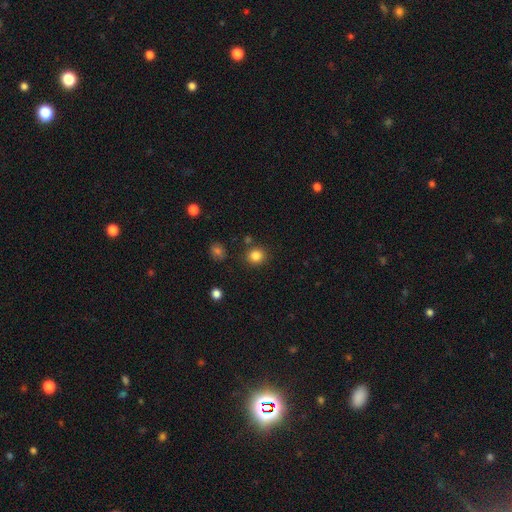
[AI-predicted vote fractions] smooth-or-featured: smooth: 84% | star or artifact: 11% | featured or disk: 4%
  how-rounded: round: 87% | in between: 12% | cigar-shaped: 1%
  merging: none: 85% | minor disturbance: 8% | merger: 5% | major disturbance: 3%